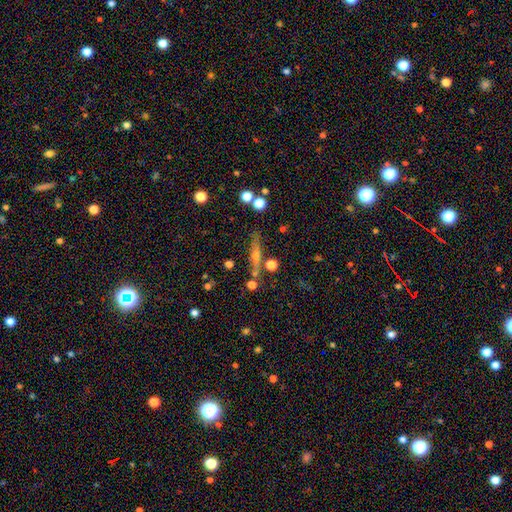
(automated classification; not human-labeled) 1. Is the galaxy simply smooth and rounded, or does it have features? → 57% featured or disk, 31% smooth, 12% star or artifact.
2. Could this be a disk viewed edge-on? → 92% yes, 8% no.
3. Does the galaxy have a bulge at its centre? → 77% rounded, 17% none, 6% boxy.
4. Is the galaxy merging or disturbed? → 77% none, 11% minor disturbance, 8% merger, 4% major disturbance.